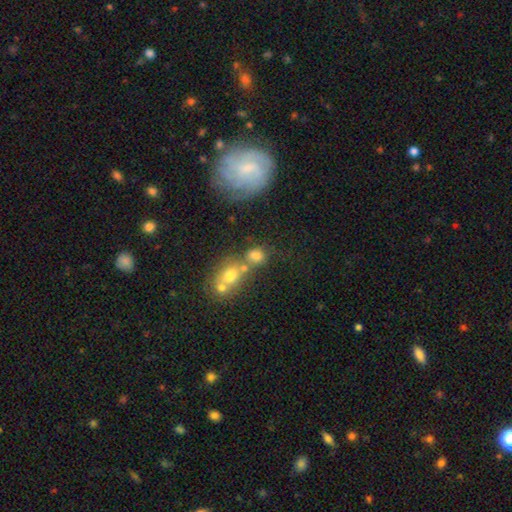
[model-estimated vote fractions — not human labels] Q: Smooth or featured?
A: smooth (67%); runner-up: star or artifact (17%)
Q: How rounded?
A: round (51%); runner-up: in between (47%)
Q: Merging?
A: none (41%); runner-up: merger (37%)